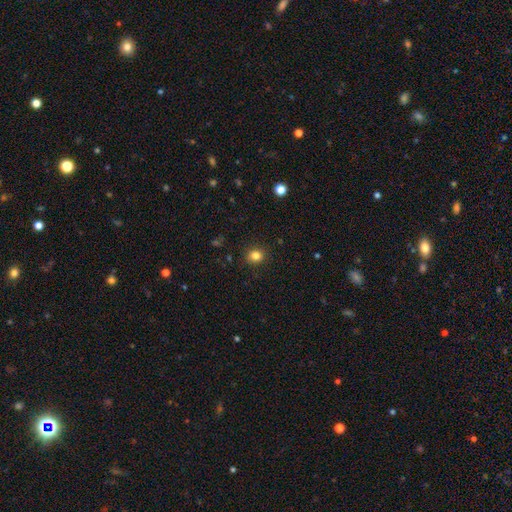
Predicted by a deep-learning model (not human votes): The model was most divided on "how rounded": round: 80%, in between: 19%, cigar-shaped: 1%. More confident: merging — none (90%); smooth or featured — smooth (82%).